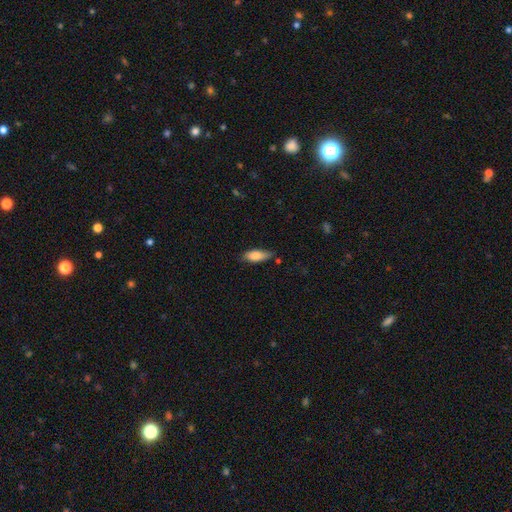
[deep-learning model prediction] smooth-or-featured: smooth: 83% | featured or disk: 11% | star or artifact: 7%
  how-rounded: in between: 74% | cigar-shaped: 24% | round: 2%
  merging: none: 68% | minor disturbance: 25% | major disturbance: 4% | merger: 3%